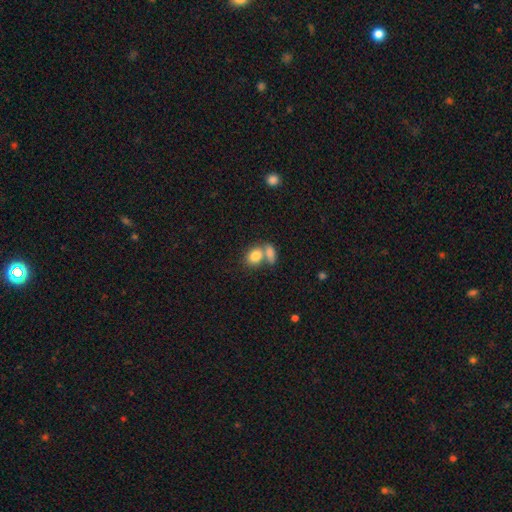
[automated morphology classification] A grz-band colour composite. It shows a smooth galaxy with no disk features (82%) that is in between round and cigar-shaped (65%). Merging: merger (49%).